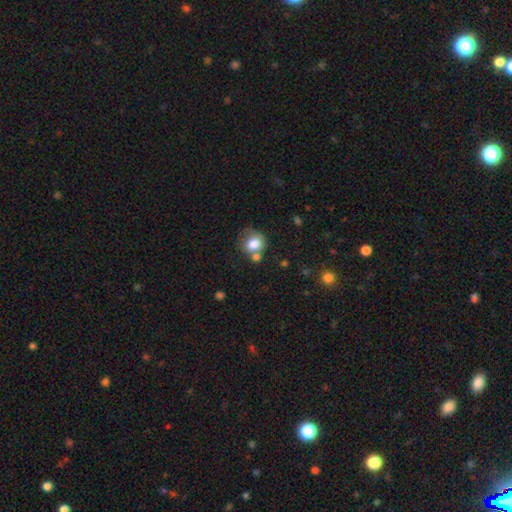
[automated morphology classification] A smooth galaxy with no disk features (51%) that is round (79%).

Vote fractions:
- Smooth or featured? smooth: 51% / star or artifact: 38% / featured or disk: 10%
- How rounded? round: 79% / in between: 19% / cigar-shaped: 2%
- Merging? none: 71% / merger: 12% / minor disturbance: 10% / major disturbance: 6%